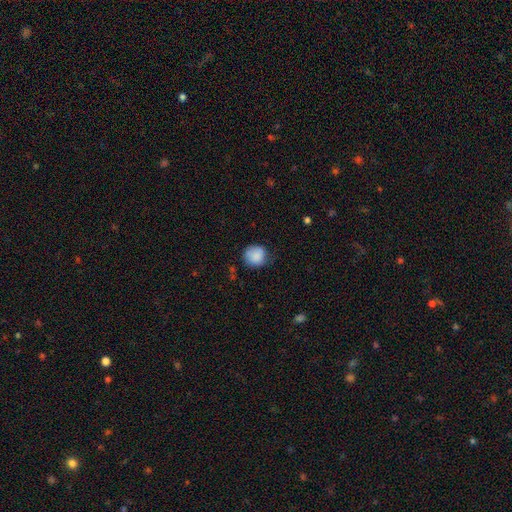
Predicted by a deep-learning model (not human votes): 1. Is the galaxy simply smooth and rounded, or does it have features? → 85% smooth, 8% star or artifact, 7% featured or disk.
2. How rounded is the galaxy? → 85% round, 14% in between, 1% cigar-shaped.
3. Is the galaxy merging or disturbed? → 65% none, 26% minor disturbance, 7% major disturbance, 2% merger.